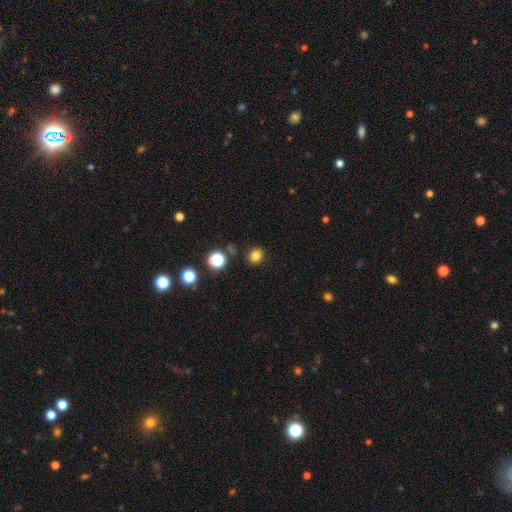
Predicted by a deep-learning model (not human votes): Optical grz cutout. It shows a smooth galaxy with no disk features (80%) that is round (77%). Merging: none (87%).